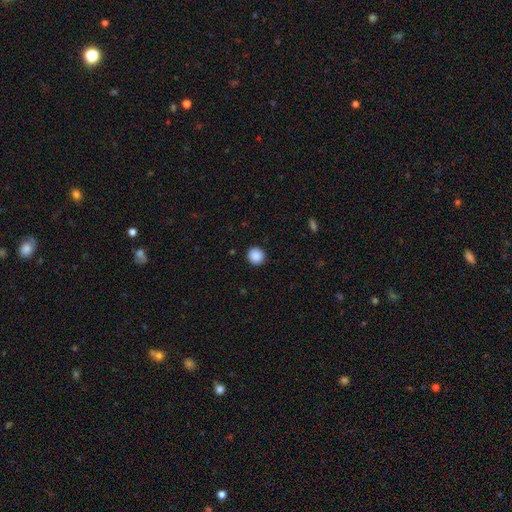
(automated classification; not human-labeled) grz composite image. It shows a smooth galaxy with no disk features (89%) that is round (90%). Merging: none (92%).